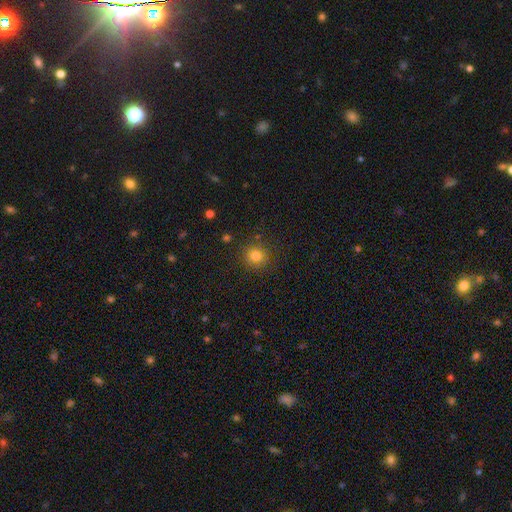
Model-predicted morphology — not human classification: Smooth or featured? Predicted: smooth (p=0.81). How rounded? Predicted: round (p=0.92). Merging? Predicted: none (p=0.88).